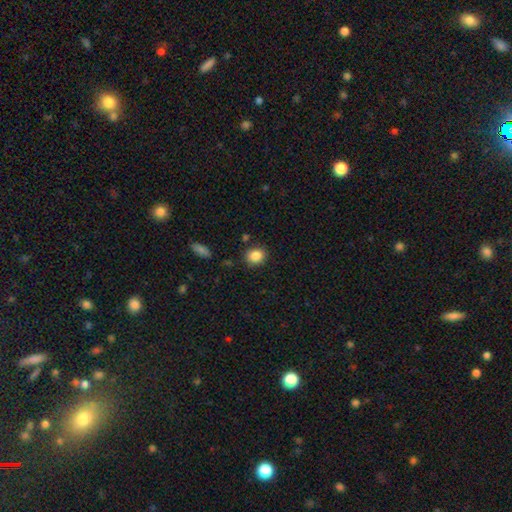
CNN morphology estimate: smooth 86%, star or artifact 9%, featured or disk 5%. Down the decision tree: how rounded — round (65%); merging — none (85%).